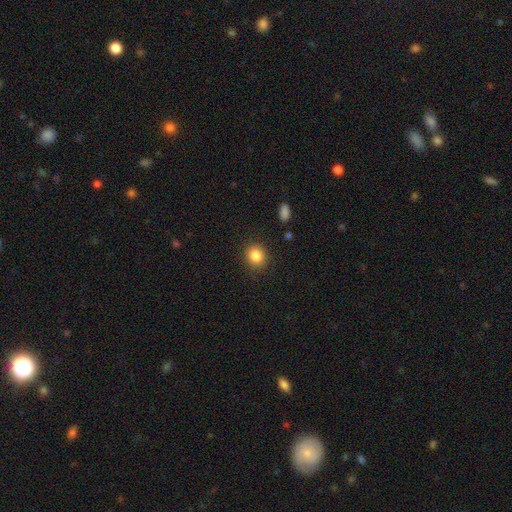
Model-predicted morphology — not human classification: This appears to be a smooth galaxy with no disk features (86%) that is round (80%). Merging: none (87%).